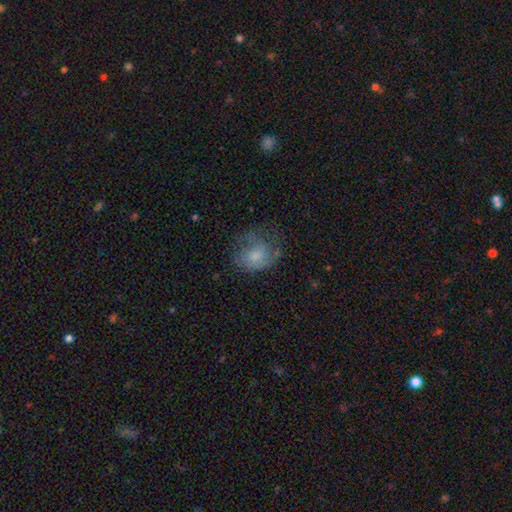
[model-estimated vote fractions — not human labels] A smooth galaxy with no disk features (57%) that is round (55%). Merging: none (43%).